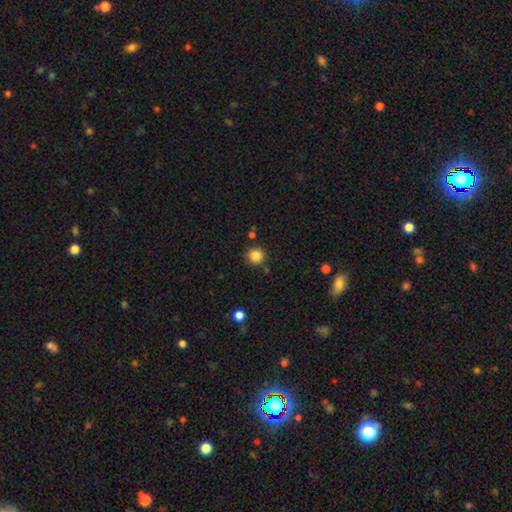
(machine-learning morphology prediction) smooth_or_featured: smooth (p=0.85) [alt: star or artifact p=0.11]
how_rounded: round (p=0.94) [alt: in between p=0.05]
merging: none (p=0.85) [alt: minor disturbance p=0.08]